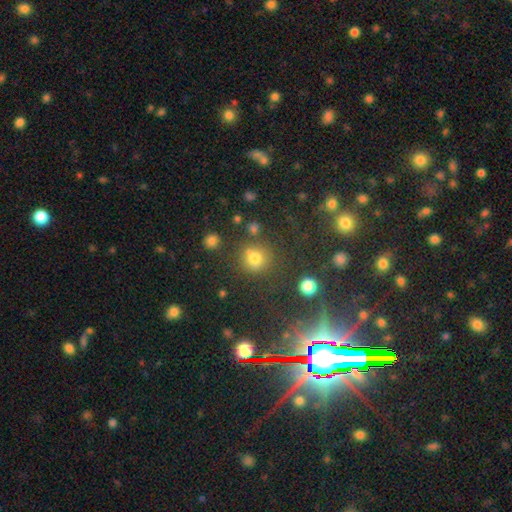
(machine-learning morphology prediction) Smooth or featured? smooth (60%)
How rounded? round (88%)
Merging? none (82%)